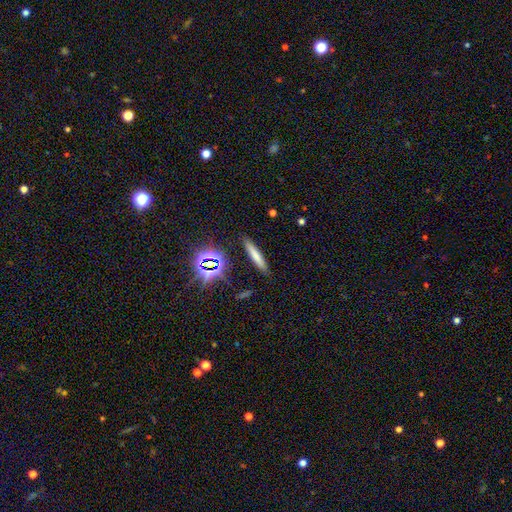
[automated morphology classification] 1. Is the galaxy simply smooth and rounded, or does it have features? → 66% smooth, 17% featured or disk, 16% star or artifact.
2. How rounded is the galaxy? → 90% cigar-shaped, 8% in between, 2% round.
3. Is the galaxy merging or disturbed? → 88% none, 8% minor disturbance, 2% major disturbance, 2% merger.